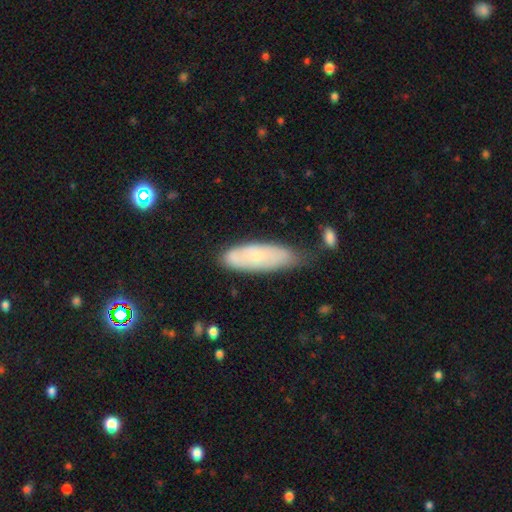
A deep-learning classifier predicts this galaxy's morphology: Smooth or featured? Predicted: smooth (p=0.64). How rounded? Predicted: in between (p=0.56). Merging? Predicted: none (p=0.53).